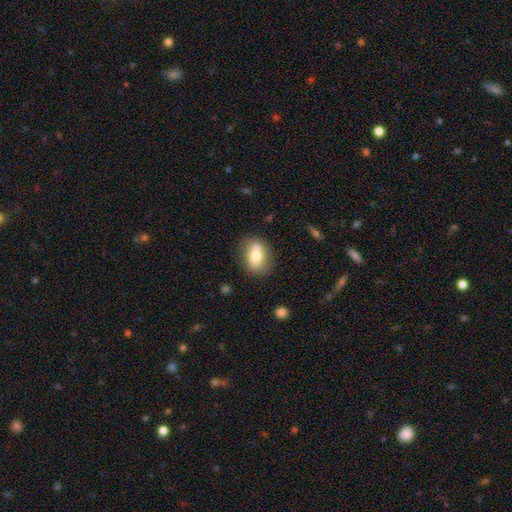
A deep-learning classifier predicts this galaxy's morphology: smooth 67%, featured or disk 25%, star or artifact 8%. Down the decision tree: how rounded — in between (76%); merging — none (72%).